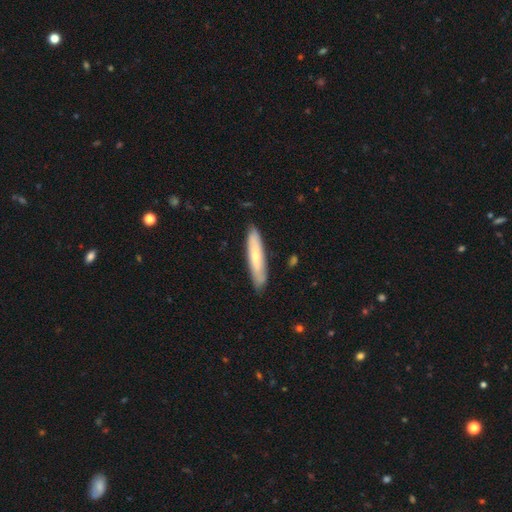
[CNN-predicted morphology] Smooth or featured?
  - smooth: 62% *
  - featured or disk: 33%
  - star or artifact: 5%
How rounded?
  - cigar-shaped: 83% *
  - in between: 15%
  - round: 1%
Merging?
  - none: 84% *
  - minor disturbance: 12%
  - major disturbance: 2%
  - merger: 1%